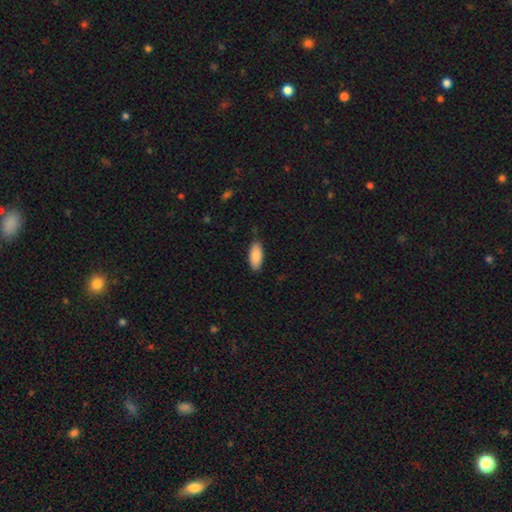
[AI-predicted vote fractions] smooth 89%, star or artifact 6%, featured or disk 6%. Down the decision tree: how rounded — in between (86%); merging — none (84%).